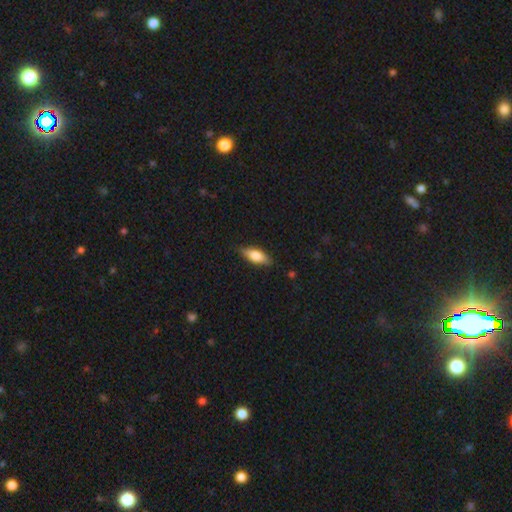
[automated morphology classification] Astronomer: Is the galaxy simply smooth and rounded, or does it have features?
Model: smooth — 70%.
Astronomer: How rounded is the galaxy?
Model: in between — 73%.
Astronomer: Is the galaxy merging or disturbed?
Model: none — 84%.